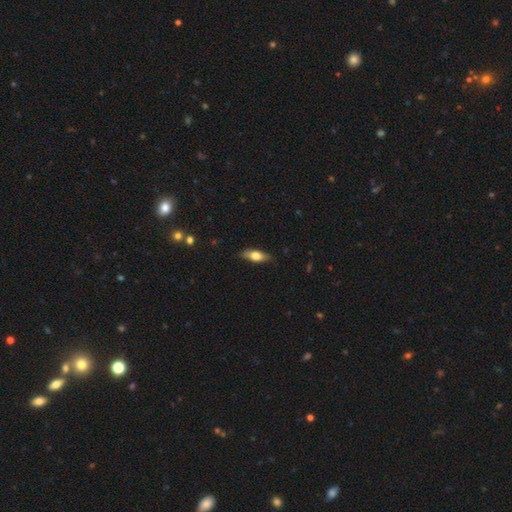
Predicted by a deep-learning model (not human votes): This is likely a smooth galaxy (61%). How rounded: likely in between (65%). Merging: clearly none (82%).